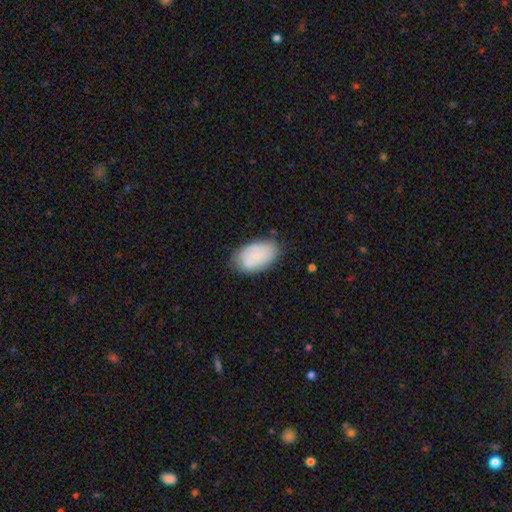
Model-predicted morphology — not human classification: A smooth galaxy with no disk features (72%) that is in between round and cigar-shaped (93%).

Vote fractions:
- Smooth or featured? smooth: 72% / featured or disk: 20% / star or artifact: 8%
- How rounded? in between: 93% / round: 5% / cigar-shaped: 1%
- Merging? none: 72% / minor disturbance: 21% / major disturbance: 5% / merger: 2%